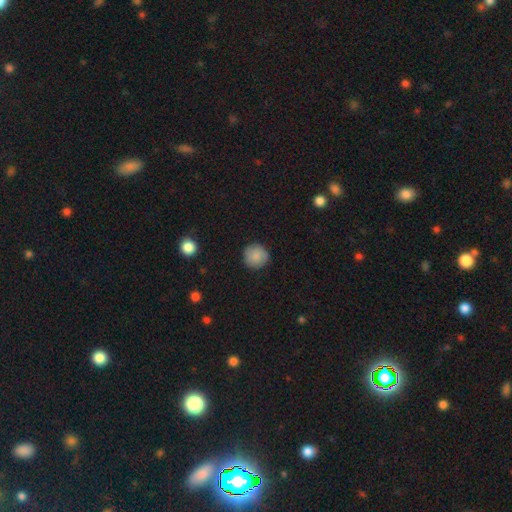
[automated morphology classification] Q: Smooth or featured?
A: smooth (84%); runner-up: featured or disk (8%)
Q: How rounded?
A: round (94%); runner-up: in between (5%)
Q: Merging?
A: none (87%); runner-up: minor disturbance (10%)